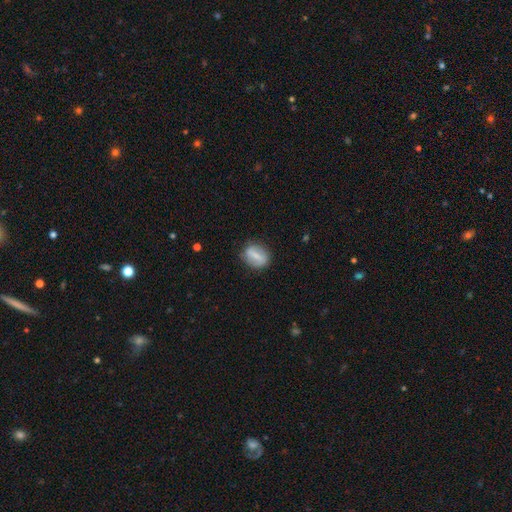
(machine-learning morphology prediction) Smooth or featured?
  - smooth: 51% *
  - featured or disk: 41%
  - star or artifact: 7%
How rounded?
  - in between: 58% *
  - round: 38%
  - cigar-shaped: 4%
Merging?
  - none: 81% *
  - minor disturbance: 14%
  - major disturbance: 4%
  - merger: 1%